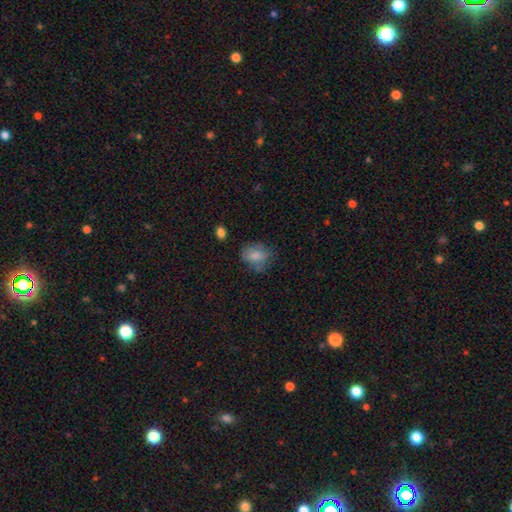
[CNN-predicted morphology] smooth_or_featured: smooth (p=0.76) [alt: featured or disk p=0.15]
how_rounded: in between (p=0.58) [alt: round p=0.41]
merging: none (p=0.58) [alt: minor disturbance p=0.27]